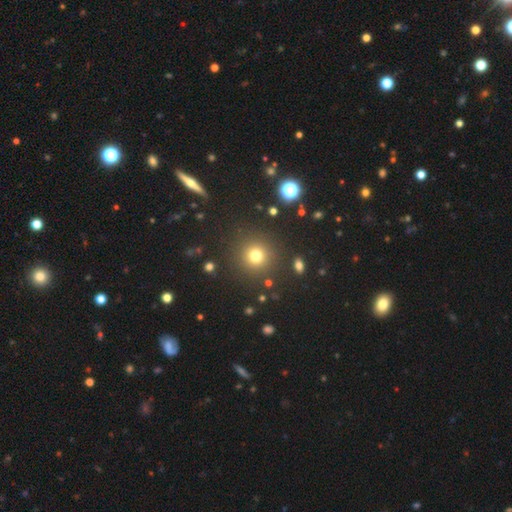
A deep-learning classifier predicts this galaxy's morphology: smooth_or_featured: smooth (p=0.75) [alt: star or artifact p=0.18]
how_rounded: round (p=0.94) [alt: in between p=0.05]
merging: none (p=0.89) [alt: minor disturbance p=0.06]